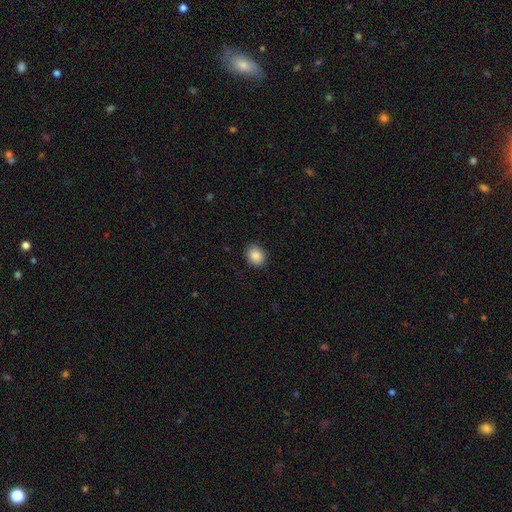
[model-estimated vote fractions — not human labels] A smooth galaxy with no disk features (88%) that is round (62%). Merging: none (87%).